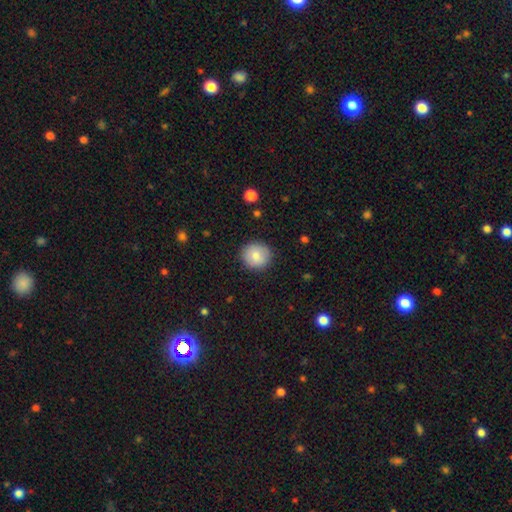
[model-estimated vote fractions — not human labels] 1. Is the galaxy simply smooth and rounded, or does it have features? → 81% smooth, 11% featured or disk, 8% star or artifact.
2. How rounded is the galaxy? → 92% round, 7% in between, 1% cigar-shaped.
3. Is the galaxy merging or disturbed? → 89% none, 8% minor disturbance, 2% major disturbance, 1% merger.